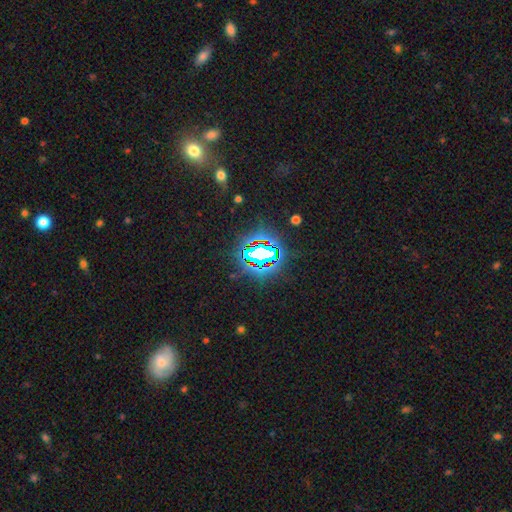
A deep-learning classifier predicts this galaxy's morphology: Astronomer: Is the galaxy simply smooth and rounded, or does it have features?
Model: star or artifact — 78%.